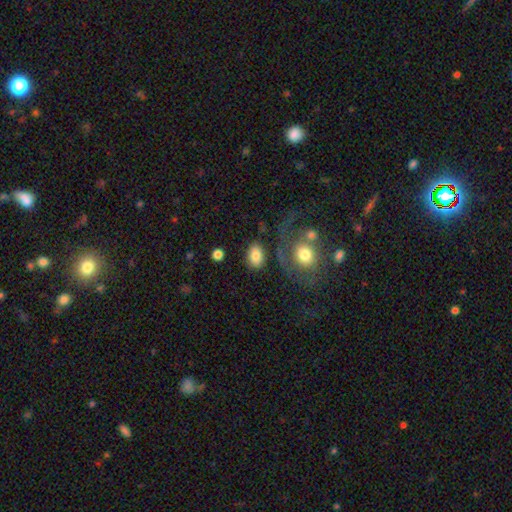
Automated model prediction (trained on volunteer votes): The model was most divided on "merging": none: 74%, minor disturbance: 13%, merger: 7%, major disturbance: 7%. More confident: how rounded — in between (82%); smooth or featured — smooth (81%).